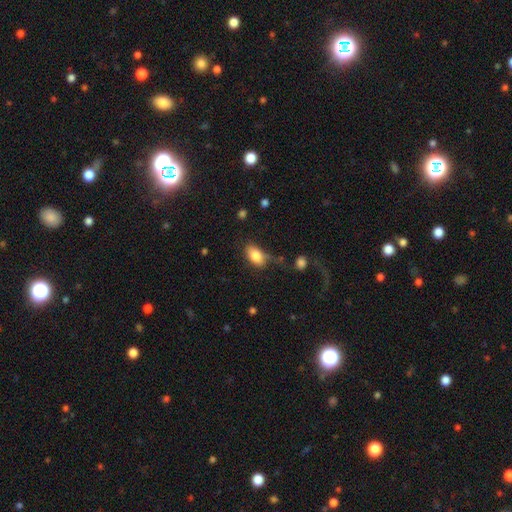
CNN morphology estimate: A smooth galaxy with no disk features (82%) that is in between round and cigar-shaped (90%).

Vote fractions:
- Smooth or featured? smooth: 82% / featured or disk: 11% / star or artifact: 8%
- How rounded? in between: 90% / round: 8% / cigar-shaped: 2%
- Merging? none: 59% / minor disturbance: 24% / major disturbance: 11% / merger: 6%